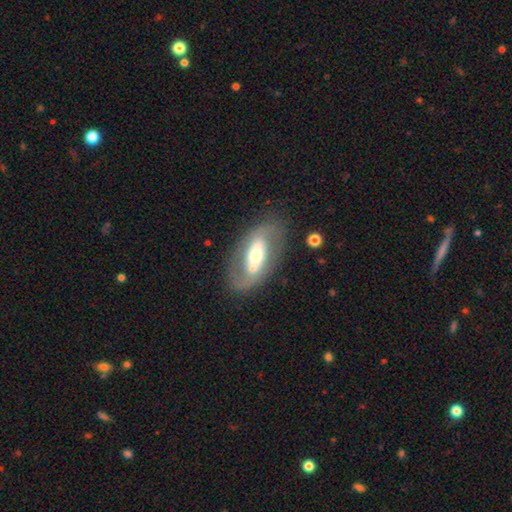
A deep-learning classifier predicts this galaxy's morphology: Q: Smooth or featured?
A: featured or disk (67%); runner-up: smooth (26%)
Q: Edge-on disk?
A: no (91%); runner-up: yes (9%)
Q: Bar?
A: no (40%); runner-up: strong (30%)
Q: Spiral arms?
A: yes (66%); runner-up: no (34%)
Q: Bulge size?
A: moderate (58%); runner-up: small (24%)
Q: Merging?
A: none (67%); runner-up: minor disturbance (16%)